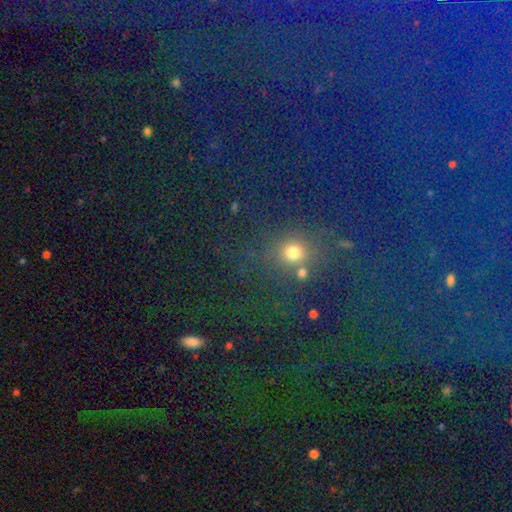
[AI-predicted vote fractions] smooth_or_featured: star or artifact (p=0.57) [alt: smooth p=0.34]